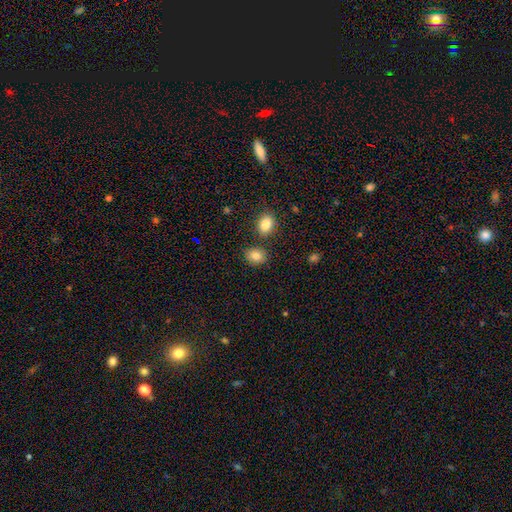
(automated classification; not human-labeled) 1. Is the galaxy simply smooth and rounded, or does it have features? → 84% smooth, 10% star or artifact, 6% featured or disk.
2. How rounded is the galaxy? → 50% in between, 49% round, 1% cigar-shaped.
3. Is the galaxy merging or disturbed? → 78% none, 11% minor disturbance, 8% merger, 3% major disturbance.